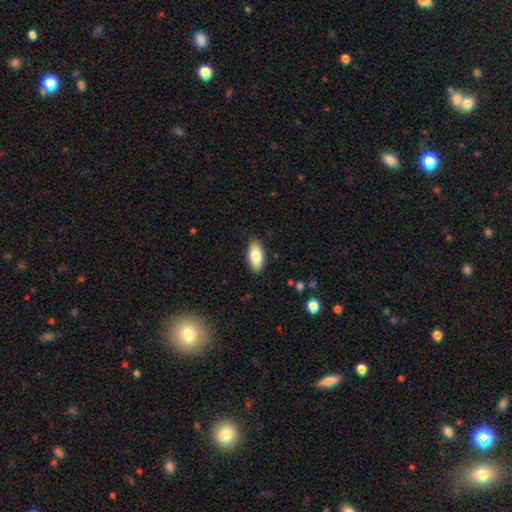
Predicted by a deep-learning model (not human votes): A smooth galaxy with no disk features (79%) that is in between round and cigar-shaped (91%).

Vote fractions:
- Smooth or featured? smooth: 79% / featured or disk: 14% / star or artifact: 7%
- How rounded? in between: 91% / cigar-shaped: 6% / round: 3%
- Merging? none: 88% / minor disturbance: 9% / major disturbance: 2% / merger: 1%